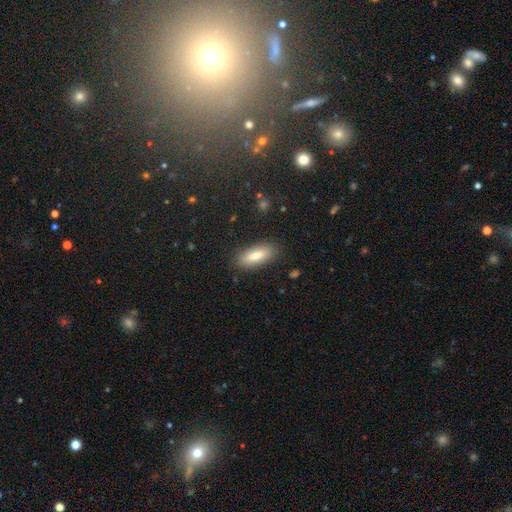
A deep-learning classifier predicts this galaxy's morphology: This is likely a smooth galaxy (78%). How rounded: likely in between (75%). Merging: clearly none (86%).